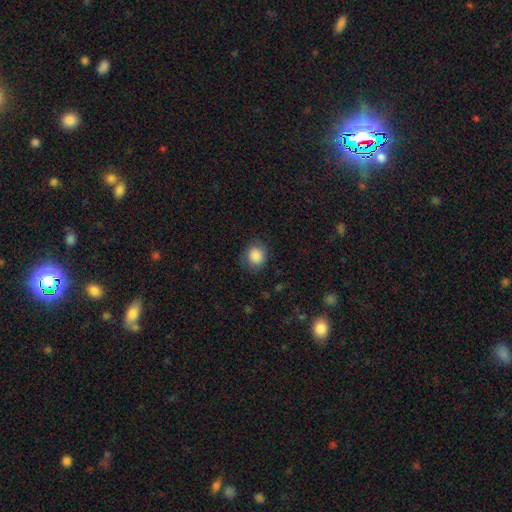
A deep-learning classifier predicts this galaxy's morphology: A smooth galaxy with no disk features (86%) that is round (77%).

Vote fractions:
- Smooth or featured? smooth: 86% / star or artifact: 8% / featured or disk: 6%
- How rounded? round: 77% / in between: 22% / cigar-shaped: 1%
- Merging? none: 79% / minor disturbance: 15% / major disturbance: 5% / merger: 1%